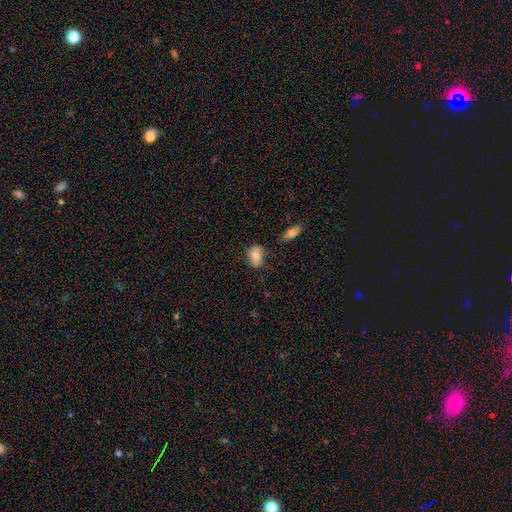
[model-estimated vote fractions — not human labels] A smooth galaxy with no disk features (78%) that is in between round and cigar-shaped (83%).

Vote fractions:
- Smooth or featured? smooth: 78% / featured or disk: 13% / star or artifact: 9%
- How rounded? in between: 83% / round: 15% / cigar-shaped: 2%
- Merging? none: 57% / minor disturbance: 28% / major disturbance: 8% / merger: 7%